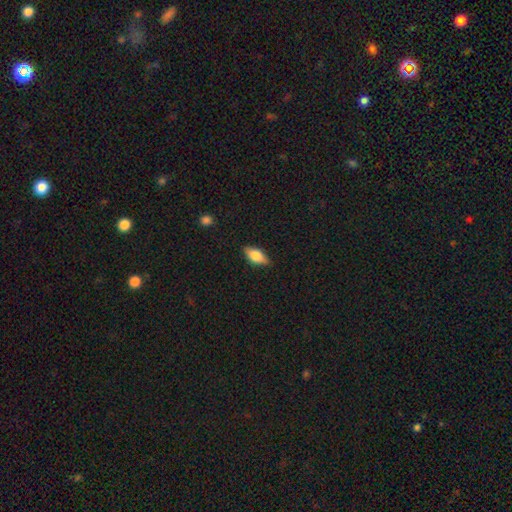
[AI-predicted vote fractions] Smooth or featured: smooth — 74% (featured or disk — 20%)
How rounded: in between — 83% (cigar-shaped — 14%)
Merging: none — 85% (minor disturbance — 12%)